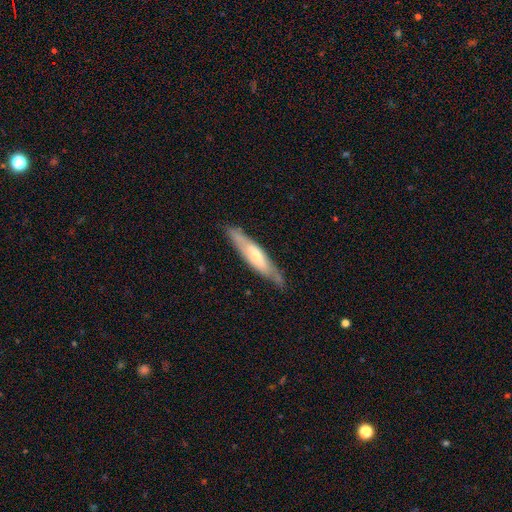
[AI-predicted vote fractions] Overall: featured or disk (49%; smooth 46%). Merging: none (79%).